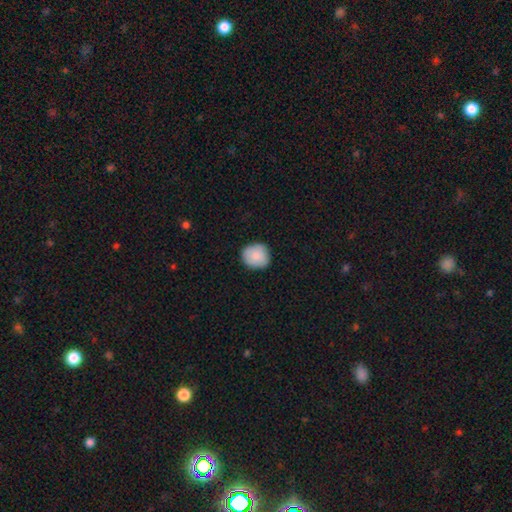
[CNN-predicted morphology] A smooth galaxy with no disk features (86%) that is round (86%). Merging: none (86%).